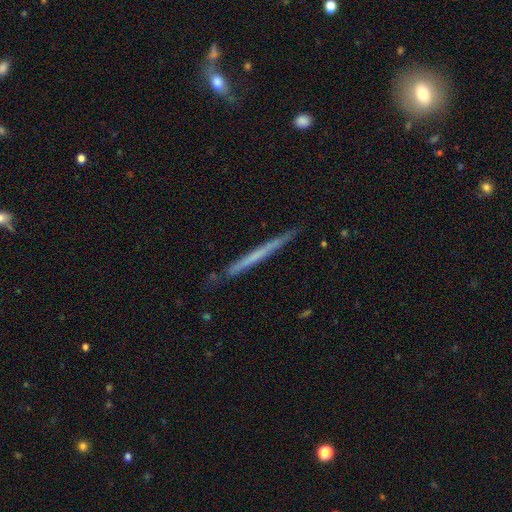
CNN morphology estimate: type=featured or disk (51%); edge-on=yes (97%); merging=none (88%).